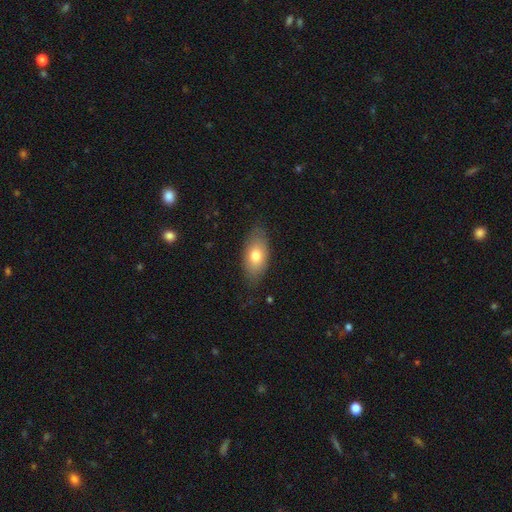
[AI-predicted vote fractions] Smooth or featured? smooth (74%)
How rounded? in between (89%)
Merging? none (77%)